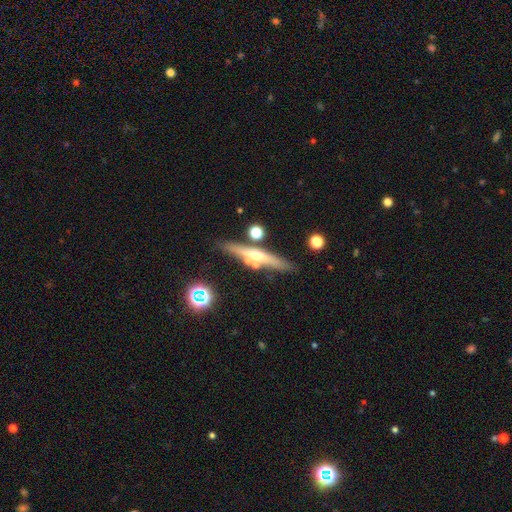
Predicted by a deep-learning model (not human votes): Smooth or featured: featured or disk — 58% (smooth — 34%)
Edge-on disk: yes — 93% (no — 7%)
Edge-on bulge: rounded — 84% (none — 13%)
Merging: none — 79% (minor disturbance — 9%)